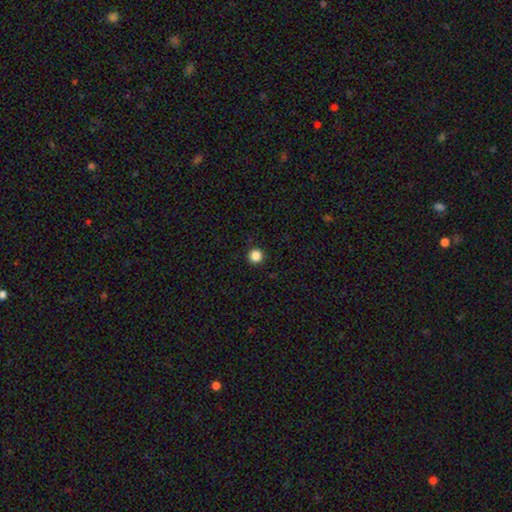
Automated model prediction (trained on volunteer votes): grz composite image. It shows a smooth galaxy with no disk features (86%) that is round (96%). Merging: none (94%).